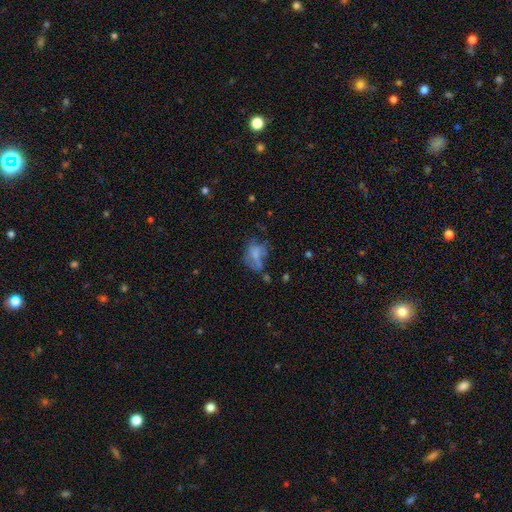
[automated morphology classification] This appears to be a smooth galaxy with no disk features (48%). Merging: major disturbance (33%).